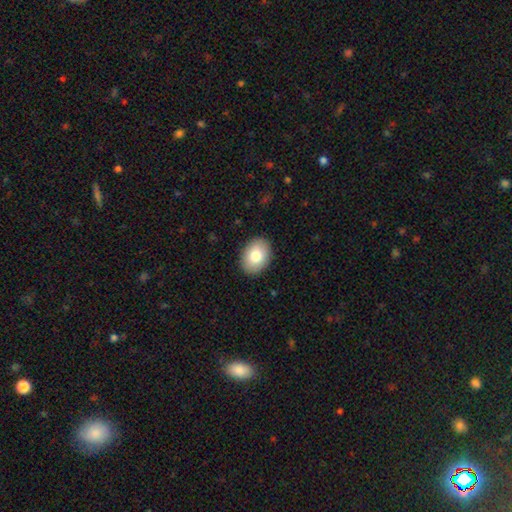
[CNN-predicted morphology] This is clearly a smooth galaxy (81%). How rounded: likely in between (75%). Merging: clearly none (90%).